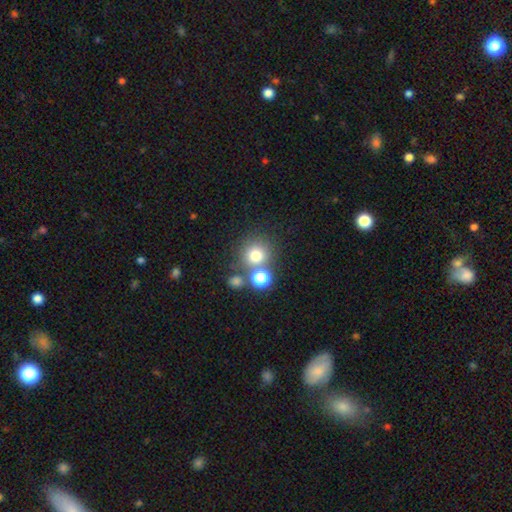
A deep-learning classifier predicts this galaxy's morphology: Smooth or featured: smooth — 73% (star or artifact — 17%)
How rounded: round — 90% (in between — 9%)
Merging: none — 65% (merger — 22%)